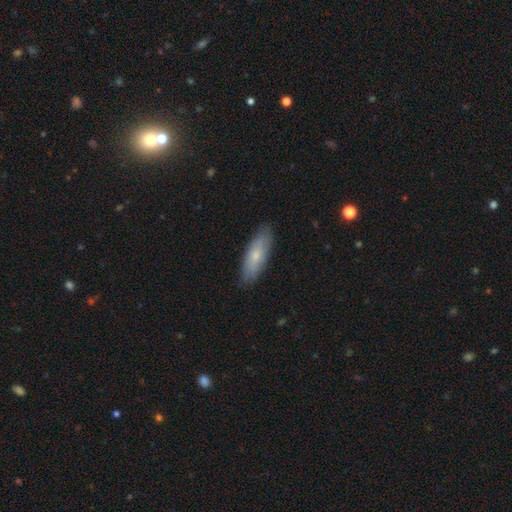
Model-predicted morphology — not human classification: A smooth galaxy with no disk features (67%) that is in between round and cigar-shaped (62%). Merging: none (84%).